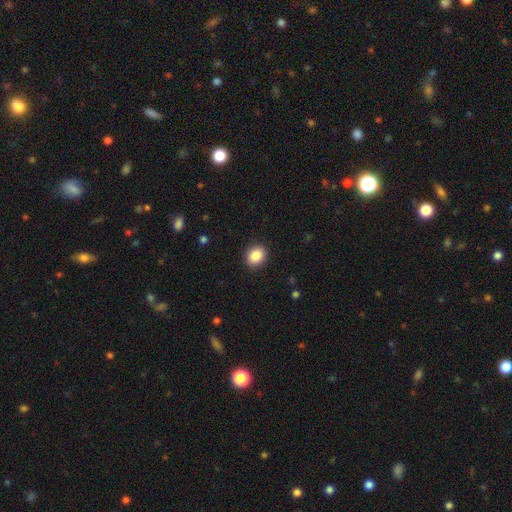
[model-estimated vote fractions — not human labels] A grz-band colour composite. It shows a smooth galaxy with no disk features (87%) that is round (58%). Merging: none (90%).